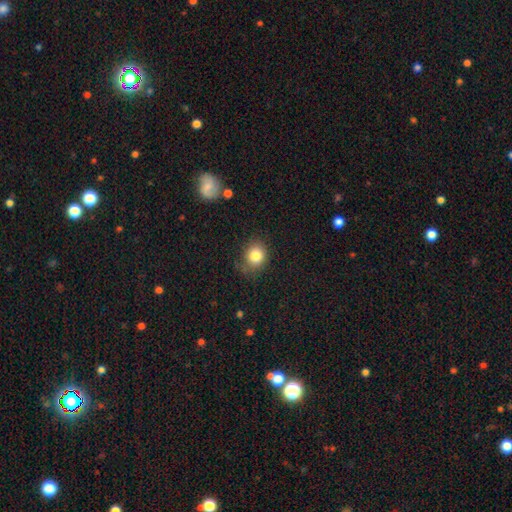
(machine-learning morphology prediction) Smooth or featured?
  - smooth: 82% *
  - star or artifact: 11%
  - featured or disk: 7%
How rounded?
  - round: 74% *
  - in between: 25%
  - cigar-shaped: 1%
Merging?
  - none: 73% *
  - minor disturbance: 20%
  - major disturbance: 6%
  - merger: 2%